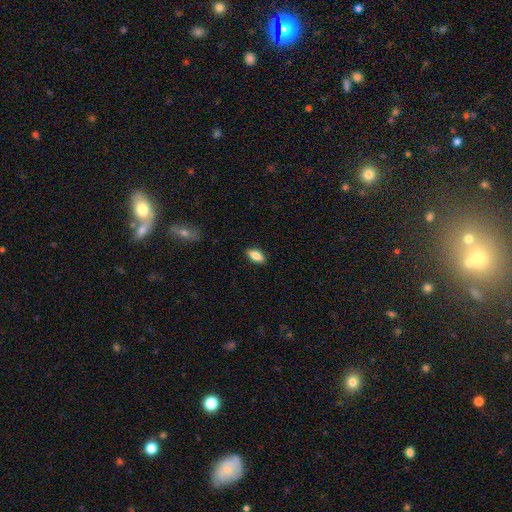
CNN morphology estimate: Smooth or featured? smooth (82%)
How rounded? in between (86%)
Merging? none (89%)